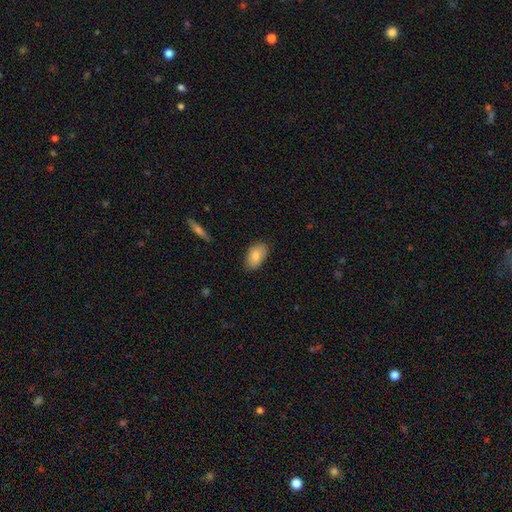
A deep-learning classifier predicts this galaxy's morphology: Q: Smooth or featured?
A: smooth (84%); runner-up: featured or disk (9%)
Q: How rounded?
A: in between (93%); runner-up: round (5%)
Q: Merging?
A: none (78%); runner-up: minor disturbance (18%)